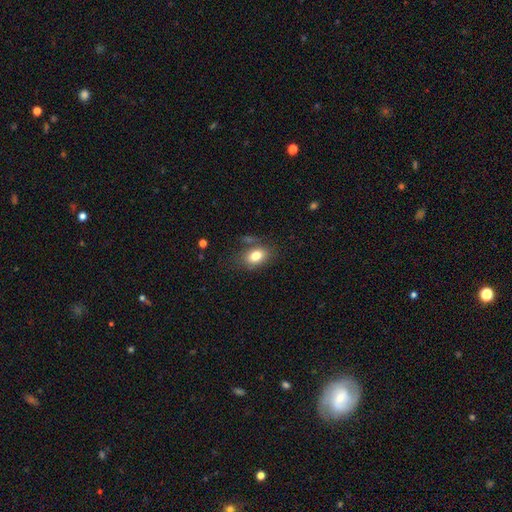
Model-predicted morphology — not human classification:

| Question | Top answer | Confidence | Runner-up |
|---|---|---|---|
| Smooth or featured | smooth | 80% | featured or disk (11%) |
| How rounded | in between | 83% | round (16%) |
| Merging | none | 68% | minor disturbance (18%) |